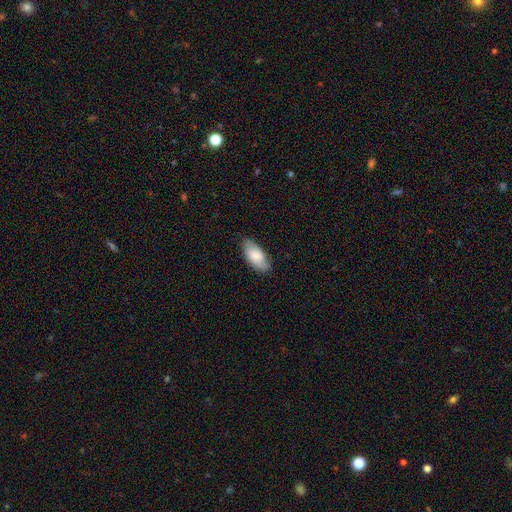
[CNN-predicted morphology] A smooth galaxy with no disk features (75%) that is in between round and cigar-shaped (92%).

Vote fractions:
- Smooth or featured? smooth: 75% / featured or disk: 19% / star or artifact: 6%
- How rounded? in between: 92% / cigar-shaped: 6% / round: 2%
- Merging? none: 77% / minor disturbance: 19% / major disturbance: 3% / merger: 1%